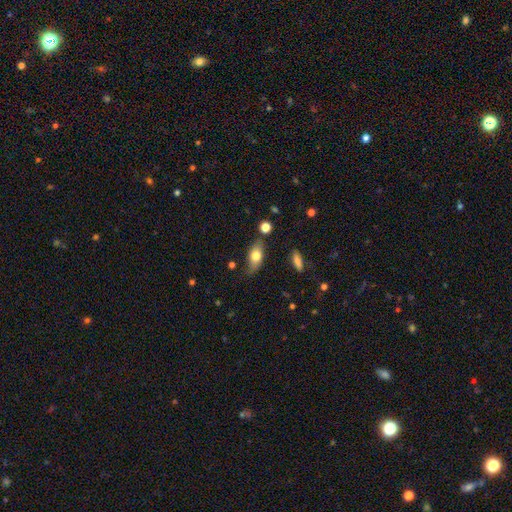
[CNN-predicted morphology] smooth_or_featured: smooth (p=0.69) [alt: featured or disk p=0.23]
how_rounded: in between (p=0.83) [alt: cigar-shaped p=0.11]
merging: none (p=0.69) [alt: minor disturbance p=0.22]